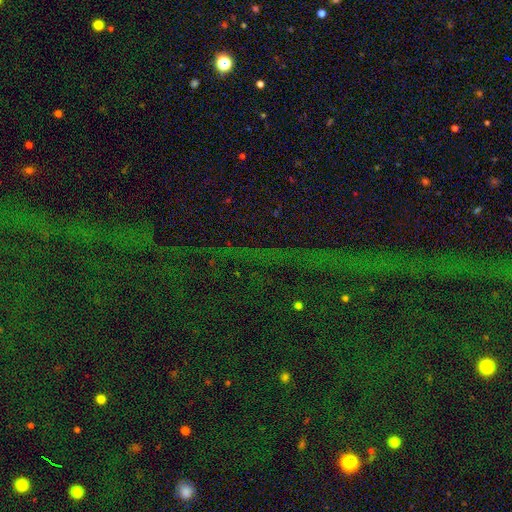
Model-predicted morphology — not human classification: A star or artifact, not a galaxy (84%).

Vote fractions:
- Smooth or featured? star or artifact: 84% / featured or disk: 8% / smooth: 8%